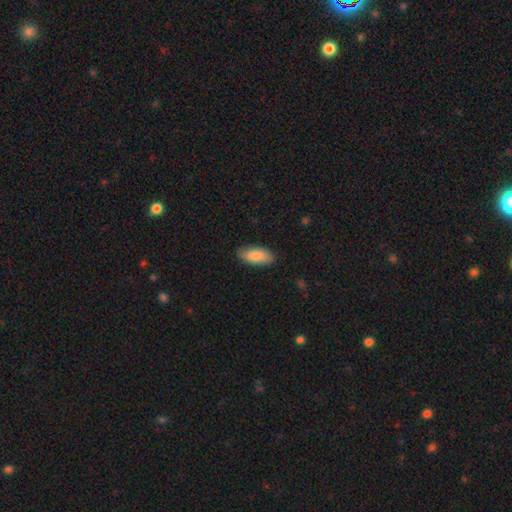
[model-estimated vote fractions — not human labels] Smooth or featured?
  - smooth: 84% *
  - featured or disk: 11%
  - star or artifact: 6%
How rounded?
  - in between: 87% *
  - cigar-shaped: 10%
  - round: 2%
Merging?
  - none: 85% *
  - minor disturbance: 12%
  - major disturbance: 2%
  - merger: 1%